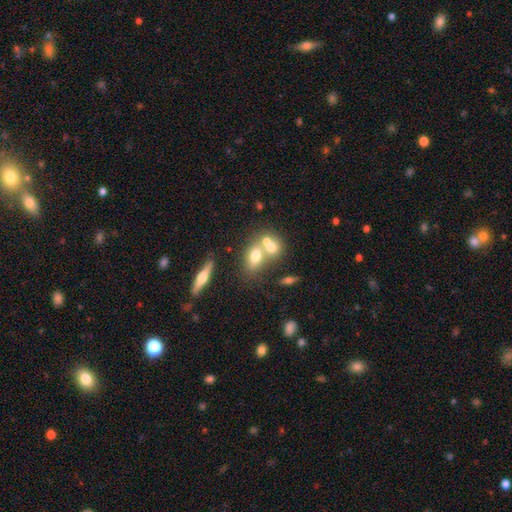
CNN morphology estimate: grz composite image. It shows a smooth galaxy with no disk features (61%) that is in between round and cigar-shaped (70%). Merging: merger (54%).